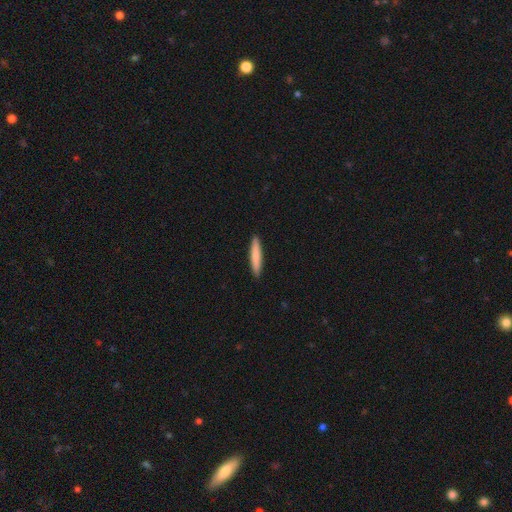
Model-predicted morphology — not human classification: type=smooth (78%); roundness=cigar-shaped (93%); merging=none (92%).